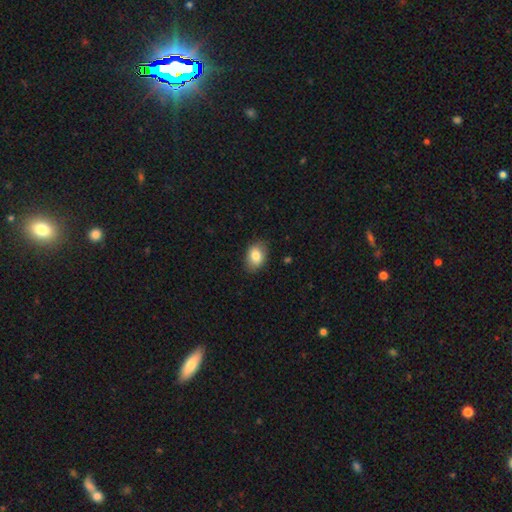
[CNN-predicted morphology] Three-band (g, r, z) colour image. It shows a smooth galaxy with no disk features (82%) that is in between round and cigar-shaped (80%). Merging: none (82%).